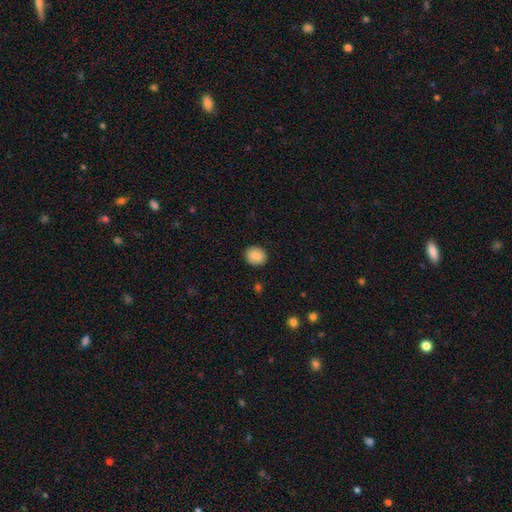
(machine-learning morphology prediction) Smooth or featured: smooth — 88% (star or artifact — 8%)
How rounded: round — 69% (in between — 30%)
Merging: none — 90% (minor disturbance — 7%)